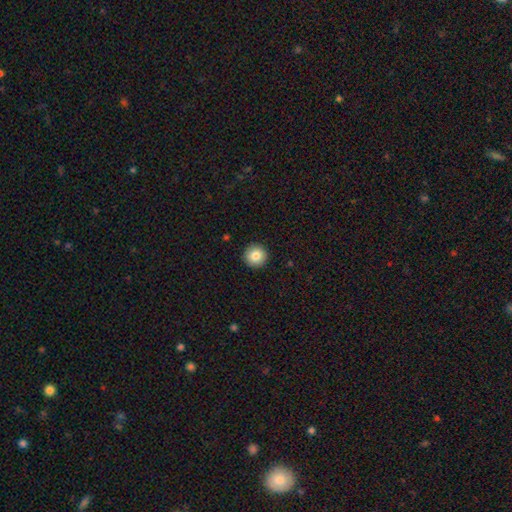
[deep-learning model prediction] Morphology: type=smooth (83%); roundness=round (96%); merging=none (93%).